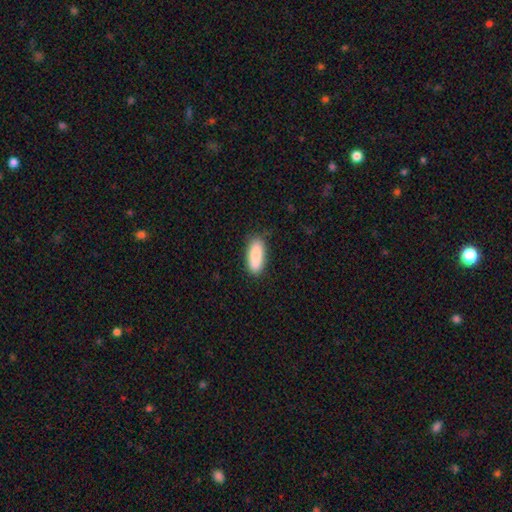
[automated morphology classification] Smooth or featured? smooth (86%)
How rounded? in between (77%)
Merging? none (80%)